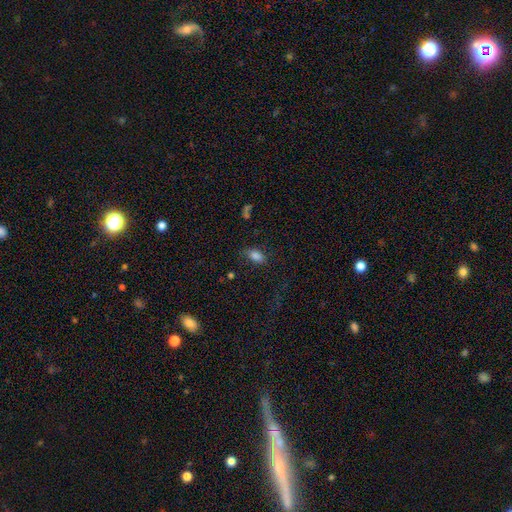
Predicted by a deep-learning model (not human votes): Smooth or featured: smooth — 82% (star or artifact — 11%)
How rounded: in between — 89% (round — 7%)
Merging: none — 67% (minor disturbance — 21%)